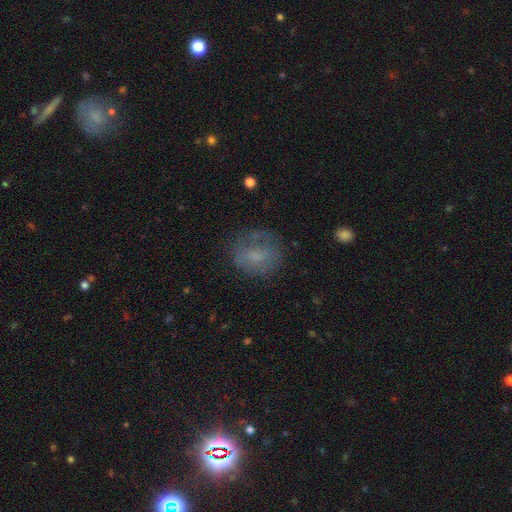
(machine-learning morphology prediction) The model was most divided on "how rounded": round: 64%, in between: 35%, cigar-shaped: 1%. More confident: merging — none (63%); smooth or featured — smooth (60%).